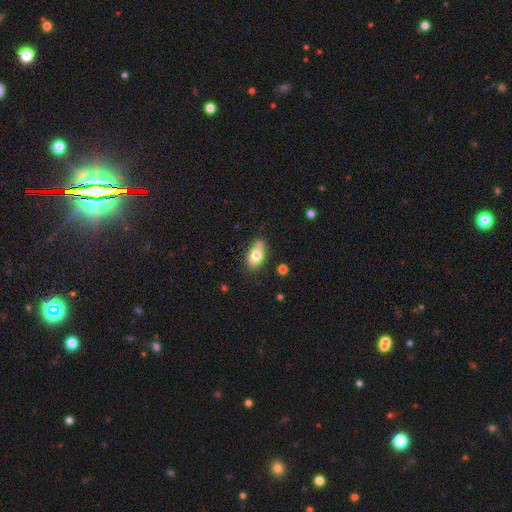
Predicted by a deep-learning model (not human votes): smooth_or_featured: smooth (p=0.77) [alt: featured or disk p=0.14]
how_rounded: in between (p=0.78) [alt: round p=0.20]
merging: none (p=0.55) [alt: merger p=0.21]